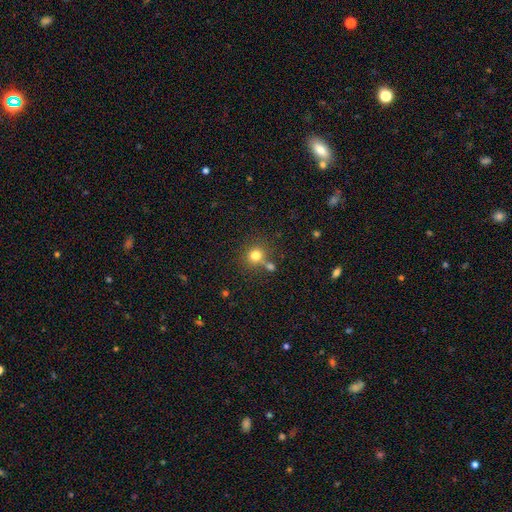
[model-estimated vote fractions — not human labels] Smooth or featured: smooth — 78% (star or artifact — 14%)
How rounded: round — 83% (in between — 16%)
Merging: none — 65% (merger — 21%)